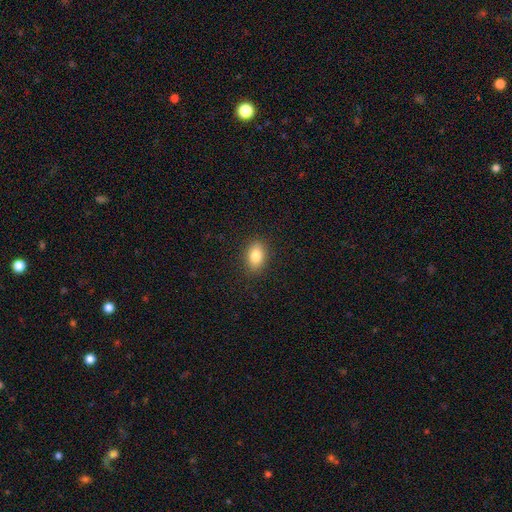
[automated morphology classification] Smooth or featured?
  - smooth: 83% *
  - star or artifact: 9%
  - featured or disk: 9%
How rounded?
  - in between: 80% *
  - round: 18%
  - cigar-shaped: 2%
Merging?
  - none: 88% *
  - minor disturbance: 9%
  - major disturbance: 2%
  - merger: 1%